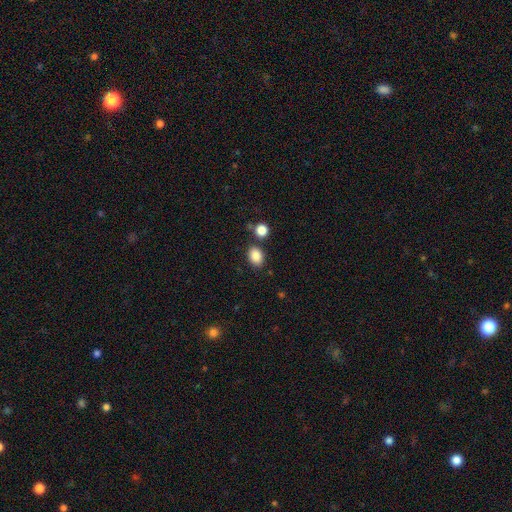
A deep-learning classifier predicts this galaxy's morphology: Smooth or featured?
  - smooth: 86% *
  - star or artifact: 9%
  - featured or disk: 5%
How rounded?
  - in between: 70% *
  - round: 29%
  - cigar-shaped: 1%
Merging?
  - none: 77% *
  - minor disturbance: 11%
  - merger: 9%
  - major disturbance: 3%